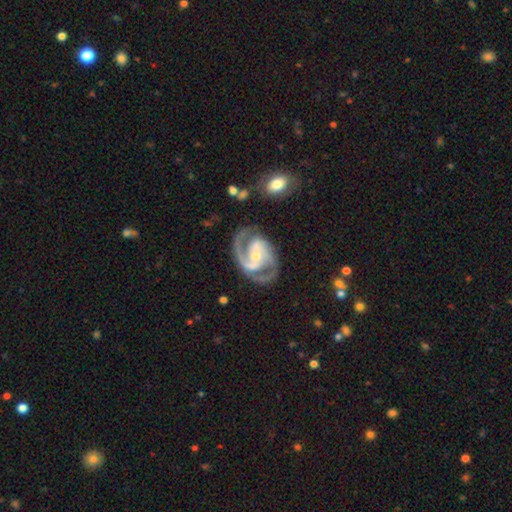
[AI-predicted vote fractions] Smooth or featured? Predicted: featured or disk (p=0.92). Edge-on disk? Predicted: no (p=0.98). Bar? Predicted: no (p=0.43). Spiral arms? Predicted: yes (p=0.98). Spiral winding? Predicted: medium (p=0.54). Spiral arm count? Predicted: 2 (p=0.86). Bulge size? Predicted: small (p=0.56). Merging? Predicted: none (p=0.71).